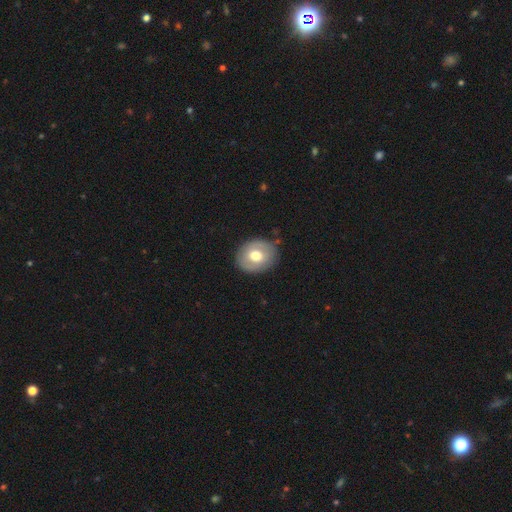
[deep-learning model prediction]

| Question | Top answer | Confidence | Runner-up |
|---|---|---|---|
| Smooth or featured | smooth | 62% | featured or disk (31%) |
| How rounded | round | 59% | in between (40%) |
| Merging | none | 84% | minor disturbance (11%) |